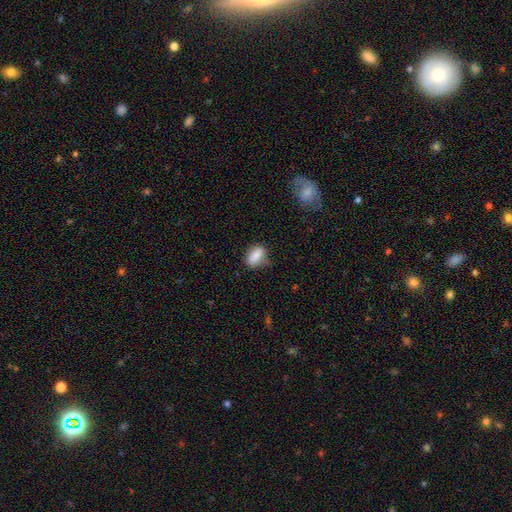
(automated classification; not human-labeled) smooth_or_featured: smooth (p=0.82) [alt: featured or disk p=0.10]
how_rounded: in between (p=0.80) [alt: cigar-shaped p=0.11]
merging: none (p=0.65) [alt: minor disturbance p=0.25]